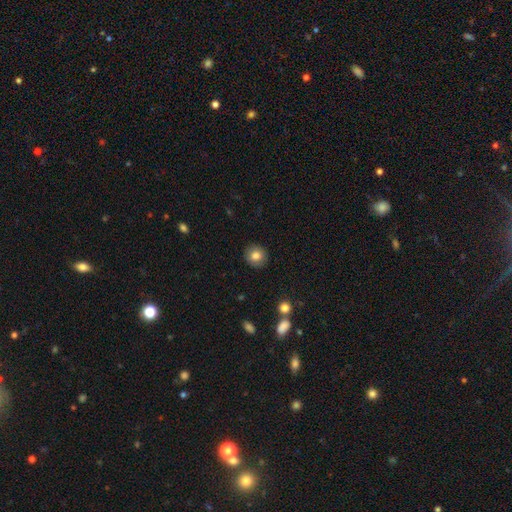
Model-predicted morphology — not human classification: Smooth or featured? smooth (82%)
How rounded? round (88%)
Merging? none (91%)